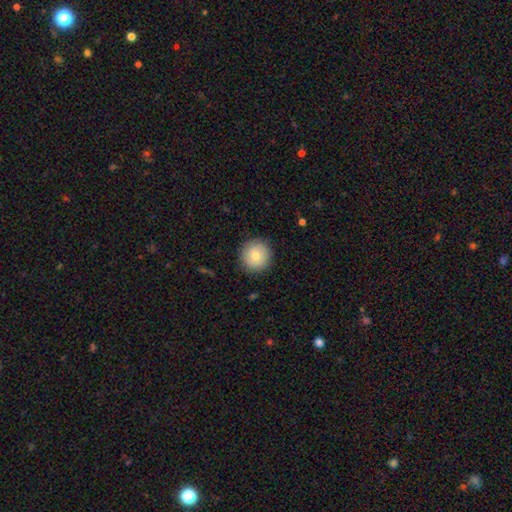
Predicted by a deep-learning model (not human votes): This is clearly a smooth galaxy (80%). How rounded: clearly round (95%). Merging: clearly none (90%).